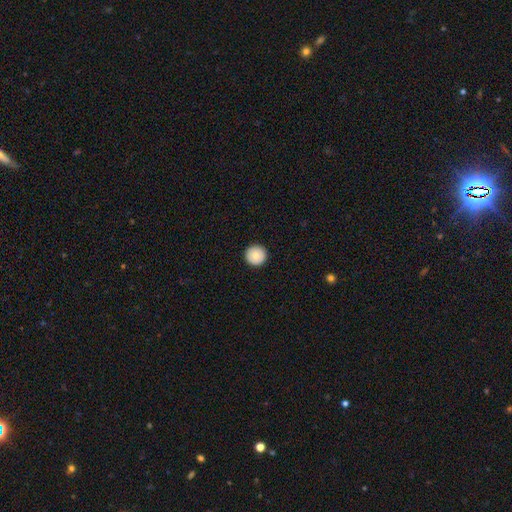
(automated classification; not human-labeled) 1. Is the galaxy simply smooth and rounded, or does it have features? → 76% smooth, 16% featured or disk, 7% star or artifact.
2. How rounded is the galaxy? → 95% round, 4% in between, 1% cigar-shaped.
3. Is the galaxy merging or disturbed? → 93% none, 5% minor disturbance, 1% major disturbance, 1% merger.